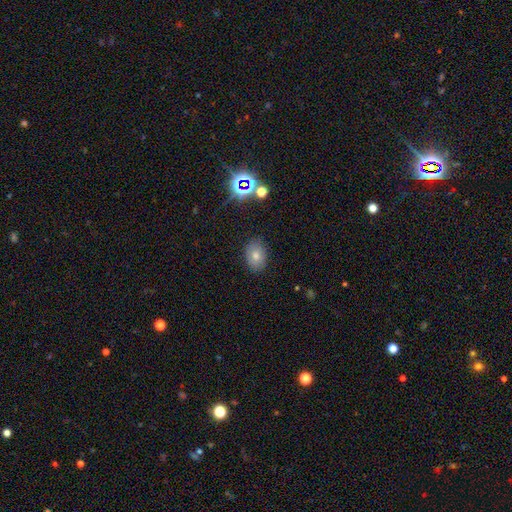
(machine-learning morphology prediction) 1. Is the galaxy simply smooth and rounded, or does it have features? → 64% smooth, 20% star or artifact, 16% featured or disk.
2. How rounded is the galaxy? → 71% in between, 28% round, 1% cigar-shaped.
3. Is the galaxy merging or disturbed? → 85% none, 11% minor disturbance, 3% major disturbance, 1% merger.